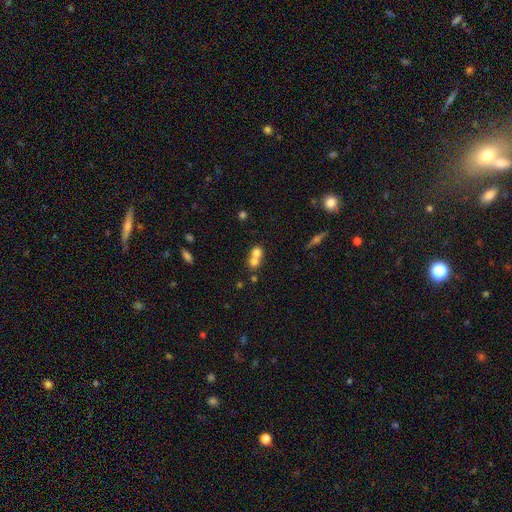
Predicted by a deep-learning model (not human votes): smooth_or_featured: smooth (p=0.71) [alt: featured or disk p=0.18]
how_rounded: round (p=0.76) [alt: in between p=0.23]
merging: merger (p=0.65) [alt: none p=0.28]